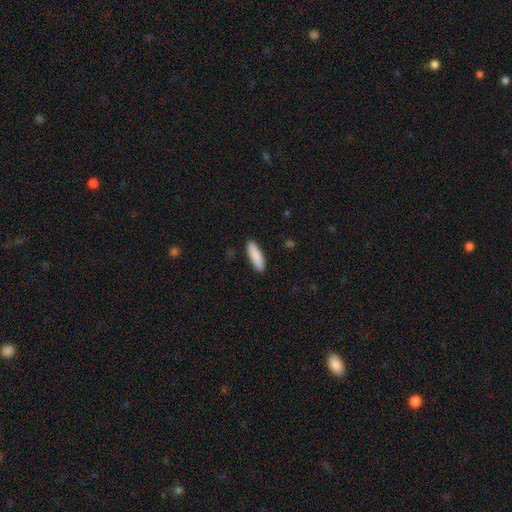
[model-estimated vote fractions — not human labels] Morphology: type=smooth (88%); roundness=cigar-shaped (57%); merging=none (90%).